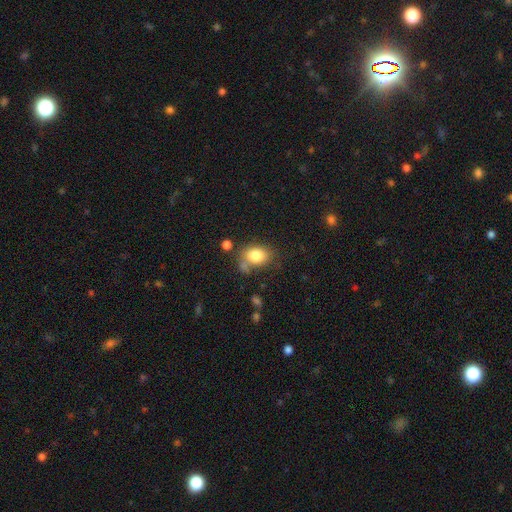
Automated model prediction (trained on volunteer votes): smooth-or-featured: smooth: 82% | featured or disk: 9% | star or artifact: 9%
  how-rounded: in between: 70% | round: 29% | cigar-shaped: 1%
  merging: none: 56% | minor disturbance: 21% | merger: 15% | major disturbance: 9%